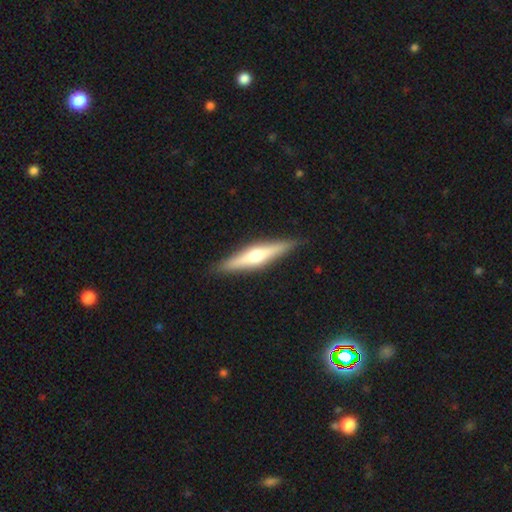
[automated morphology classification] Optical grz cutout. It shows a featured or disk galaxy (62%) viewed edge-on (96%) with a rounded central bulge (91%). Merging: none (90%).